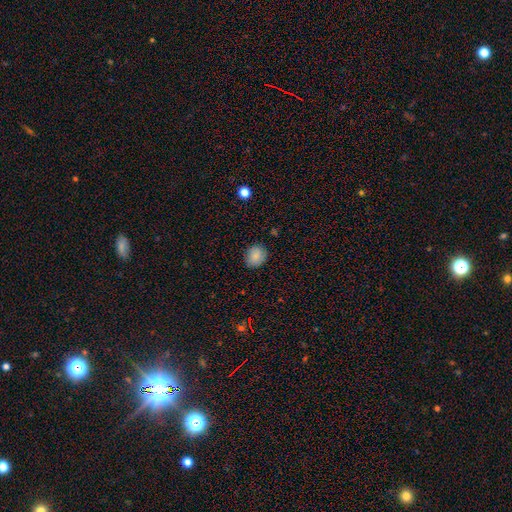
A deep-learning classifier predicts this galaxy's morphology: A smooth galaxy with no disk features (85%) that is round (66%).

Vote fractions:
- Smooth or featured? smooth: 85% / star or artifact: 9% / featured or disk: 5%
- How rounded? round: 66% / in between: 33% / cigar-shaped: 1%
- Merging? none: 85% / minor disturbance: 12% / major disturbance: 3% / merger: 1%